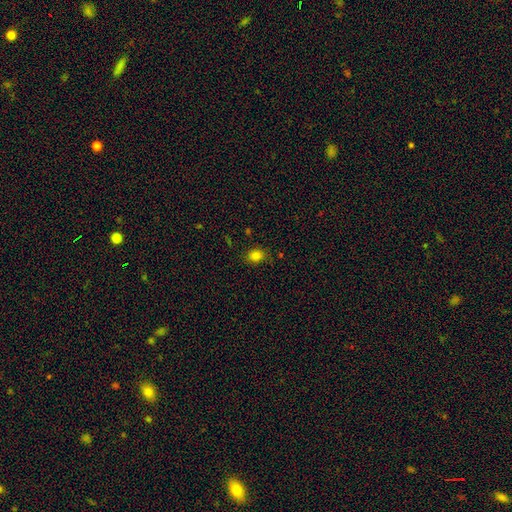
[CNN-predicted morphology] smooth 81%, star or artifact 13%, featured or disk 5%. Down the decision tree: how rounded — round (52%); merging — none (82%).